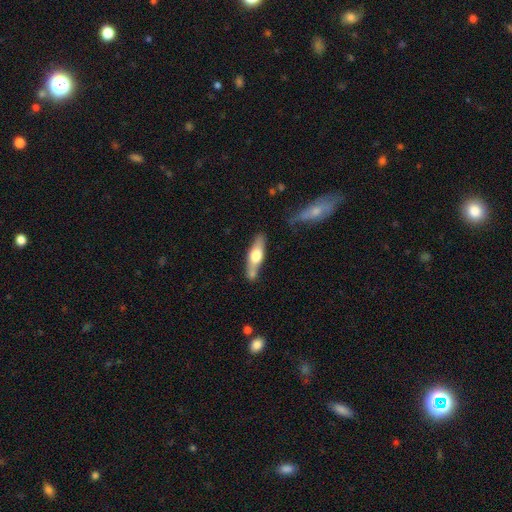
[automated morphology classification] This is possibly a featured or disk galaxy (49%). Merging: likely none (69%).